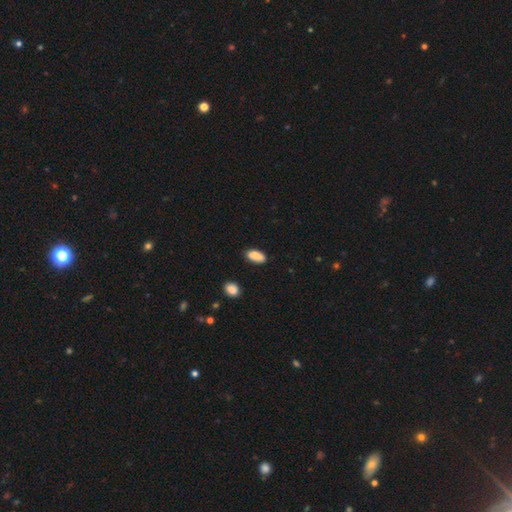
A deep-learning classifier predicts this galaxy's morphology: smooth_or_featured: smooth (p=0.84) [alt: featured or disk p=0.09]
how_rounded: in between (p=0.91) [alt: cigar-shaped p=0.06]
merging: none (p=0.82) [alt: minor disturbance p=0.13]